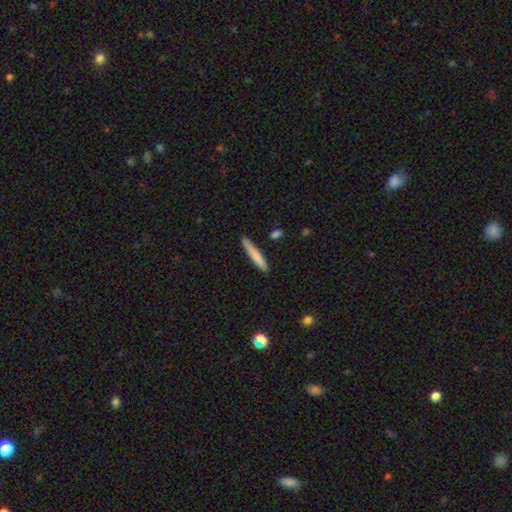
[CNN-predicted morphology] smooth-or-featured: smooth: 78% | featured or disk: 17% | star or artifact: 6%
  how-rounded: cigar-shaped: 94% | in between: 5% | round: 1%
  merging: none: 84% | minor disturbance: 11% | merger: 2% | major disturbance: 2%